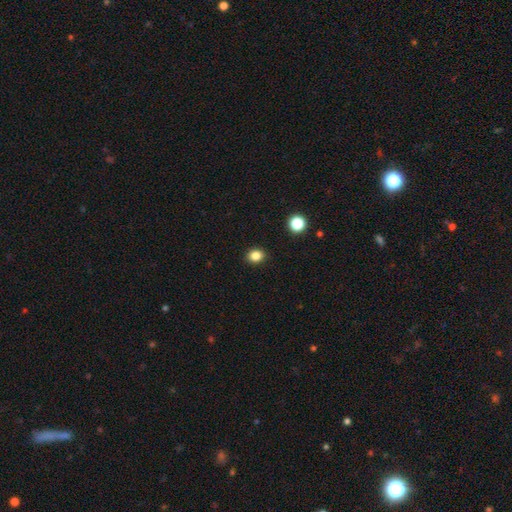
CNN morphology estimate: Smooth or featured? smooth (84%)
How rounded? round (60%)
Merging? none (90%)